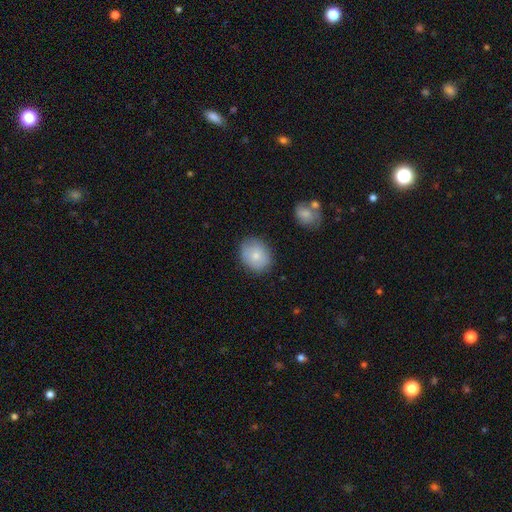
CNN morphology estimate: type=smooth (78%); roundness=round (54%); merging=none (82%).